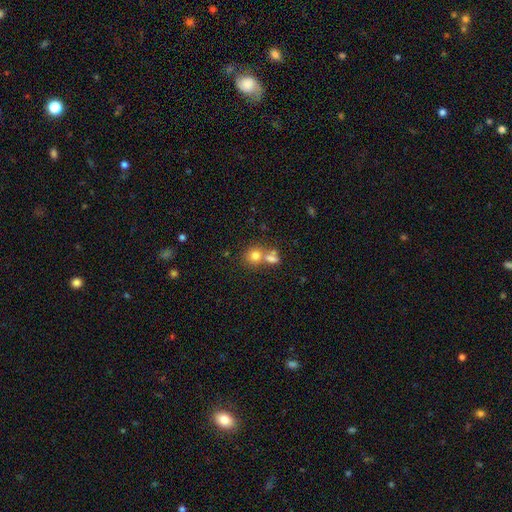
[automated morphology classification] smooth_or_featured: smooth (p=0.76) [alt: star or artifact p=0.13]
how_rounded: round (p=0.78) [alt: in between p=0.20]
merging: none (p=0.47) [alt: merger p=0.40]